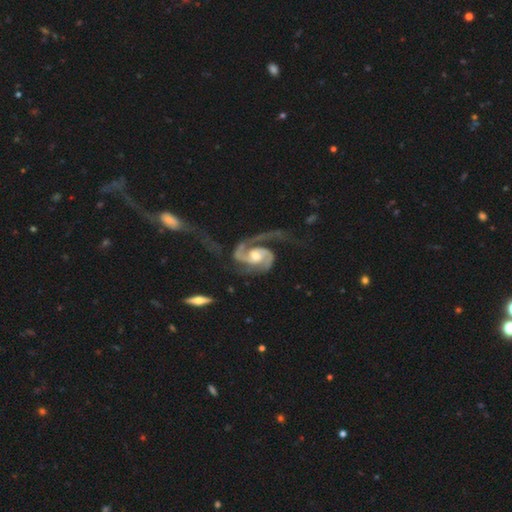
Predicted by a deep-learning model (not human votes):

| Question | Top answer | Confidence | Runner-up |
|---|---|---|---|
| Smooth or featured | featured or disk | 94% | star or artifact (3%) |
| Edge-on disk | no | 98% | yes (2%) |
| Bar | no | 53% | weak (33%) |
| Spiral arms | yes | 98% | no (2%) |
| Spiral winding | medium | 52% | tight (25%) |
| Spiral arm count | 2 | 87% | 3 (4%) |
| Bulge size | moderate | 67% | small (20%) |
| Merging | none | 45% | major disturbance (35%) |